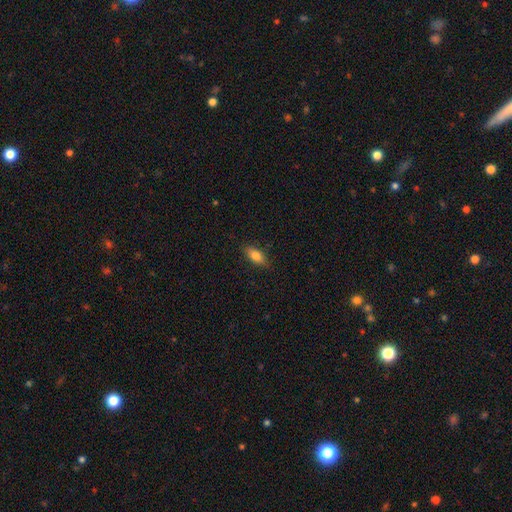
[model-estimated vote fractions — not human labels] A smooth galaxy with no disk features (80%) that is in between round and cigar-shaped (84%). Merging: none (85%).